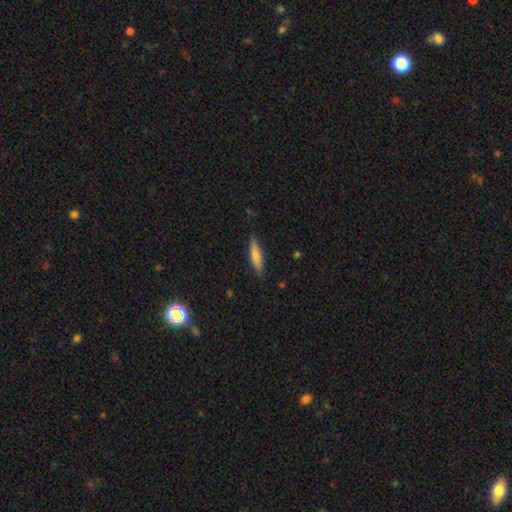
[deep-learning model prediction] Overall: smooth (73%). How rounded: cigar-shaped (79%). Merging: none (85%).